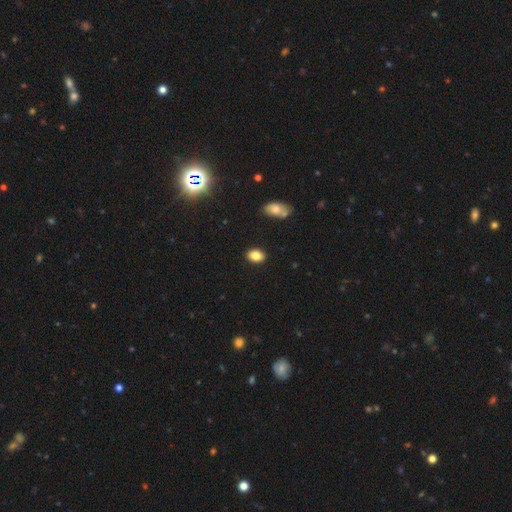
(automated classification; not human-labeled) Smooth or featured: smooth — 84% (star or artifact — 9%)
How rounded: in between — 75% (round — 24%)
Merging: none — 88% (minor disturbance — 8%)